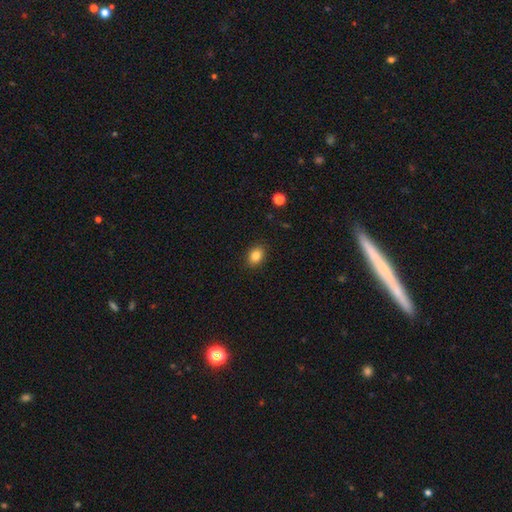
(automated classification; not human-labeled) Smooth or featured? smooth (84%)
How rounded? in between (66%)
Merging? none (89%)